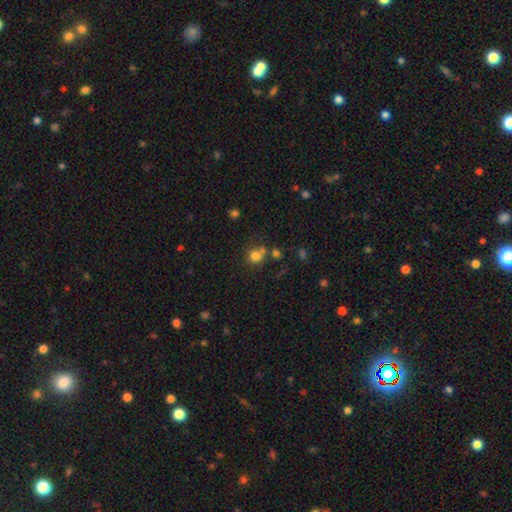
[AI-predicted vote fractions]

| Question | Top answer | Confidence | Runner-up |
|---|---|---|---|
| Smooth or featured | smooth | 76% | star or artifact (15%) |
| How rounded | round | 86% | in between (13%) |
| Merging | none | 58% | merger (28%) |